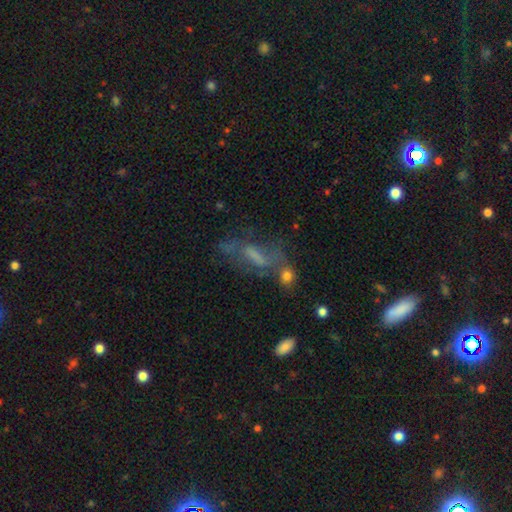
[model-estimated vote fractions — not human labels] This appears to be a featured or disk galaxy (46%). Merging: none (41%).